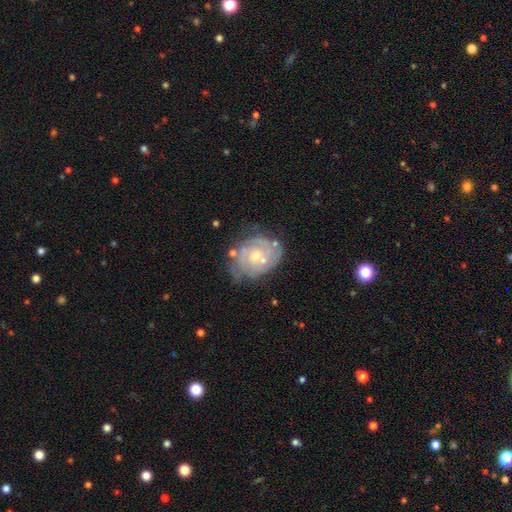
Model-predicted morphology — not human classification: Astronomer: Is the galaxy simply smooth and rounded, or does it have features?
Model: featured or disk — 82%.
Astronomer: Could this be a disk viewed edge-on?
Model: no — 97%.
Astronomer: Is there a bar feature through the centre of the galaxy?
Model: no — 69%.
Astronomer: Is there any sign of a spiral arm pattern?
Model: yes — 92%.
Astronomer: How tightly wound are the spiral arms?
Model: tight — 70%.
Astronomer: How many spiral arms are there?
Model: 2 — 37% (runner-up: can't tell, 32%).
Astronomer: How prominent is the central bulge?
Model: small — 51% (runner-up: moderate, 44%).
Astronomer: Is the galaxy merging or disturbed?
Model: none — 67%.